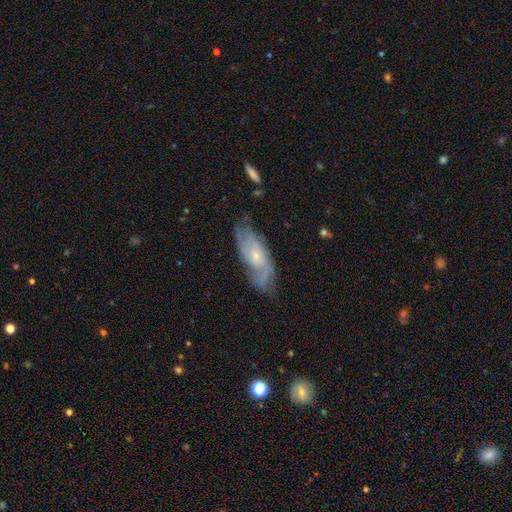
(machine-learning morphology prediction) This is likely a featured or disk galaxy (71%). It is clearly not viewed edge-on (88%). Bar: likely no (69%). Spiral arm pattern: clearly yes (90%). Spiral arm count: marginally 2 (39%). Spiral winding: marginally medium (42%). Central bulge: likely small (62%). Merging: likely none (70%).